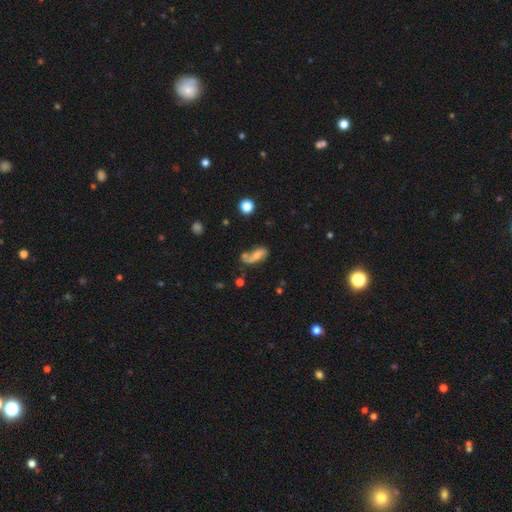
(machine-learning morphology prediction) This is possibly a smooth galaxy (58%). How rounded: likely in between (76%). Merging: marginally none (33%).